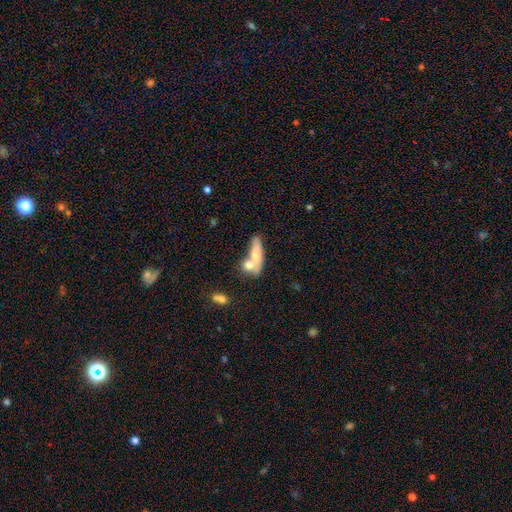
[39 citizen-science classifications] Volunteers were most divided on "smooth or featured" (2-way tie): smooth: 44%, featured or disk: 44%, star or artifact: 13%. Remaining: how rounded — cigar-shaped (71%); merging — merger (47%).